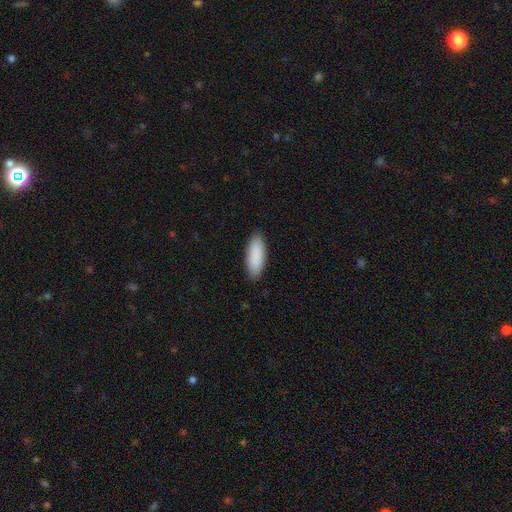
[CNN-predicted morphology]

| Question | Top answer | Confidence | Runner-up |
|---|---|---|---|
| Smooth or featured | smooth | 90% | star or artifact (6%) |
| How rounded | in between | 70% | cigar-shaped (28%) |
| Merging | none | 88% | minor disturbance (9%) |